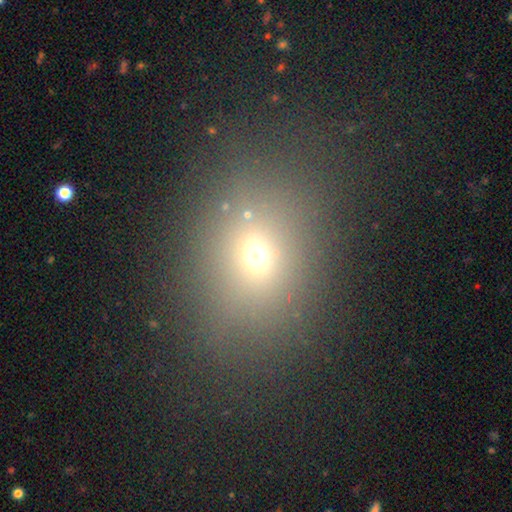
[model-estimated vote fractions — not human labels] Q: Smooth or featured?
A: smooth (63%); runner-up: star or artifact (24%)
Q: How rounded?
A: in between (50%); runner-up: round (48%)
Q: Merging?
A: none (78%); runner-up: minor disturbance (12%)